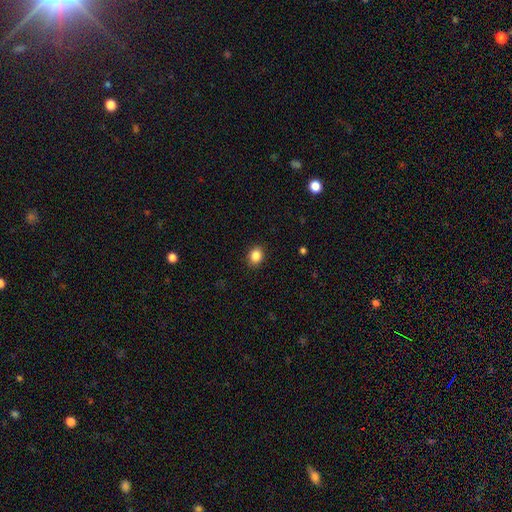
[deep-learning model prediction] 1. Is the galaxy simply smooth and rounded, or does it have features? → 86% smooth, 10% star or artifact, 4% featured or disk.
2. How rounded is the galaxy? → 54% round, 45% in between, 1% cigar-shaped.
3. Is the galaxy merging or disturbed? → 89% none, 8% minor disturbance, 2% major disturbance, 1% merger.